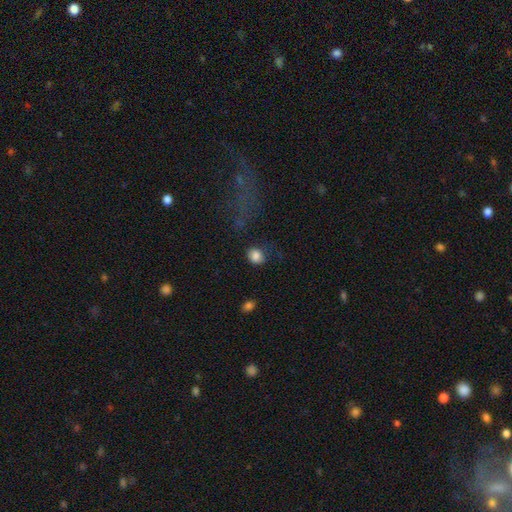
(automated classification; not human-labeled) Overall: smooth (85%). How rounded: round (64%; in between 35%). Merging: none (64%).